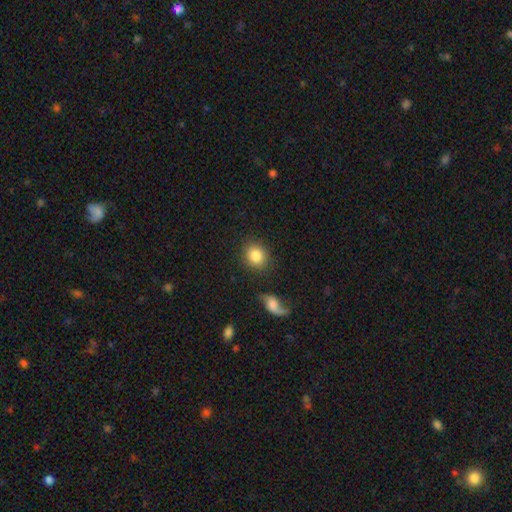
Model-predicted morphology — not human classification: Smooth or featured?
  - smooth: 85% *
  - star or artifact: 8%
  - featured or disk: 7%
How rounded?
  - round: 73% *
  - in between: 25%
  - cigar-shaped: 1%
Merging?
  - none: 83% *
  - minor disturbance: 9%
  - merger: 5%
  - major disturbance: 4%